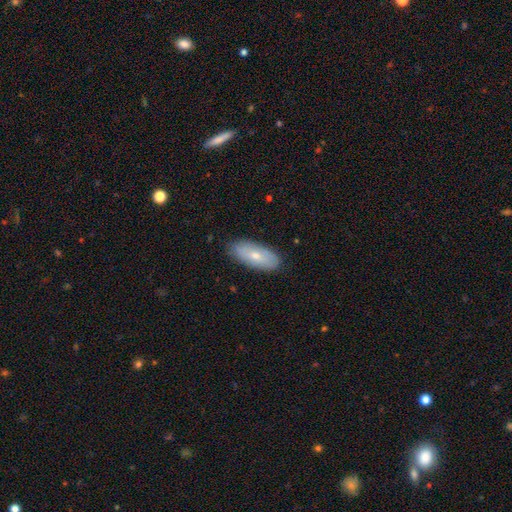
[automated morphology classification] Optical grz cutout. It shows a smooth galaxy with no disk features (65%) that is in between round and cigar-shaped (83%). Merging: none (86%).